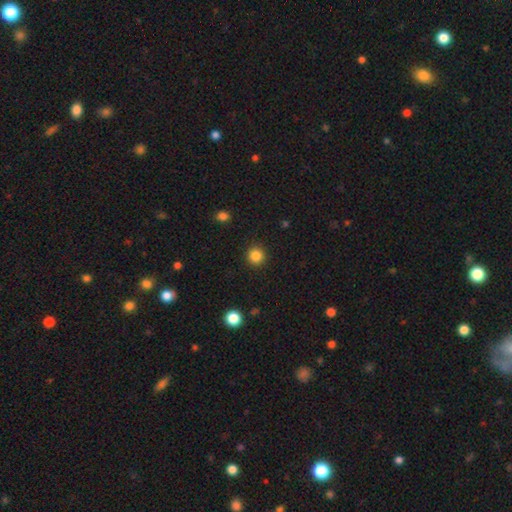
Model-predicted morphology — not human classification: Q: Smooth or featured?
A: smooth (84%); runner-up: star or artifact (12%)
Q: How rounded?
A: round (94%); runner-up: in between (5%)
Q: Merging?
A: none (91%); runner-up: minor disturbance (5%)